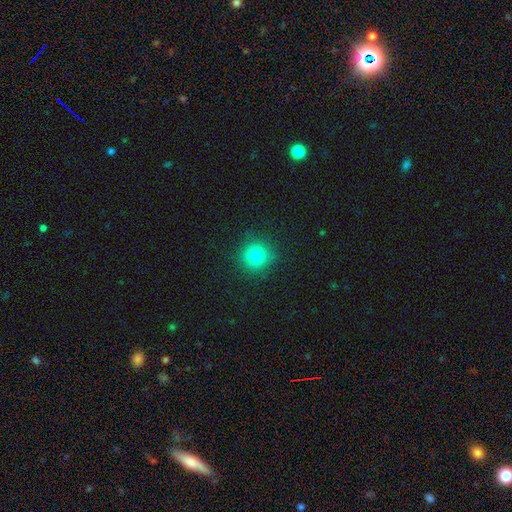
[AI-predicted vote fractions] A smooth galaxy with no disk features (80%) that is round (93%). Merging: none (89%).